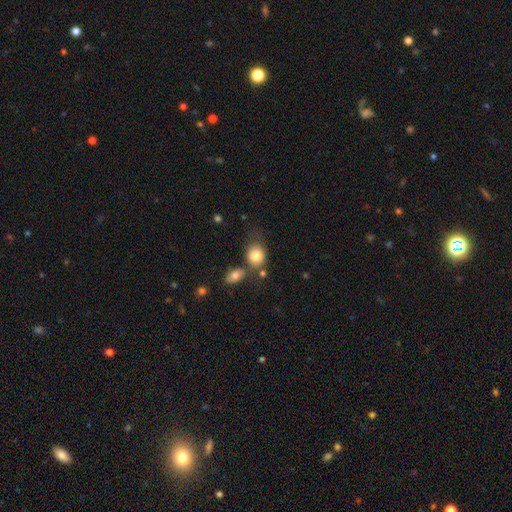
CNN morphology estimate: smooth 81%, featured or disk 10%, star or artifact 9%. Down the decision tree: how rounded — round (59%); merging — none (52%).